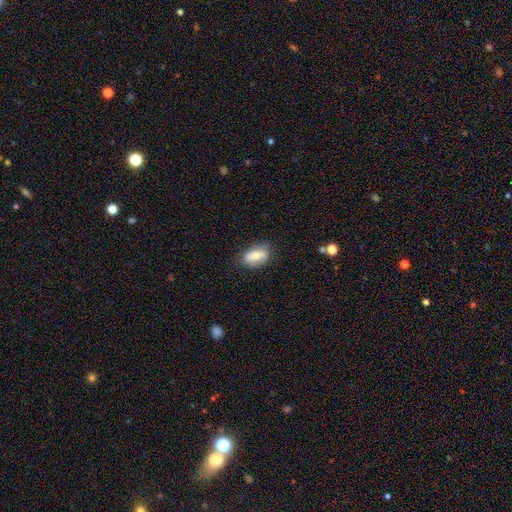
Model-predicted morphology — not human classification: smooth-or-featured: smooth: 62% | featured or disk: 30% | star or artifact: 8%
  how-rounded: in between: 87% | round: 9% | cigar-shaped: 4%
  merging: none: 73% | minor disturbance: 20% | major disturbance: 5% | merger: 2%